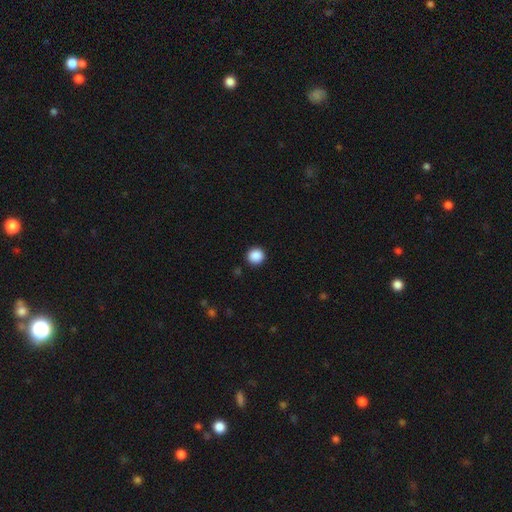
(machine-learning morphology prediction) Overall: smooth (89%). How rounded: round (93%). Merging: none (92%).